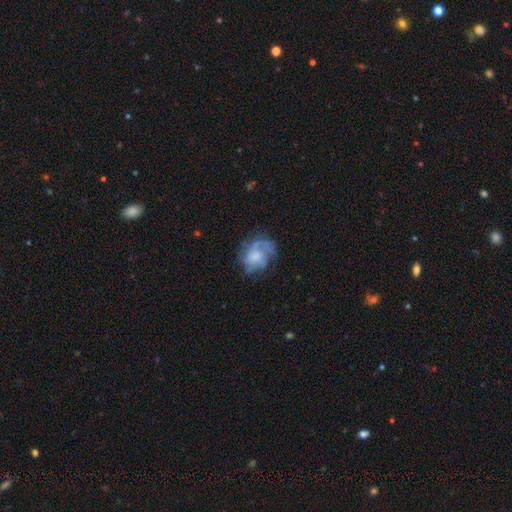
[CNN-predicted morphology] Q: Smooth or featured?
A: featured or disk (61%); runner-up: smooth (30%)
Q: Edge-on disk?
A: no (98%); runner-up: yes (2%)
Q: Bar?
A: no (74%); runner-up: weak (22%)
Q: Spiral arms?
A: yes (75%); runner-up: no (25%)
Q: Bulge size?
A: moderate (38%); runner-up: small (25%)
Q: Merging?
A: none (54%); runner-up: minor disturbance (22%)